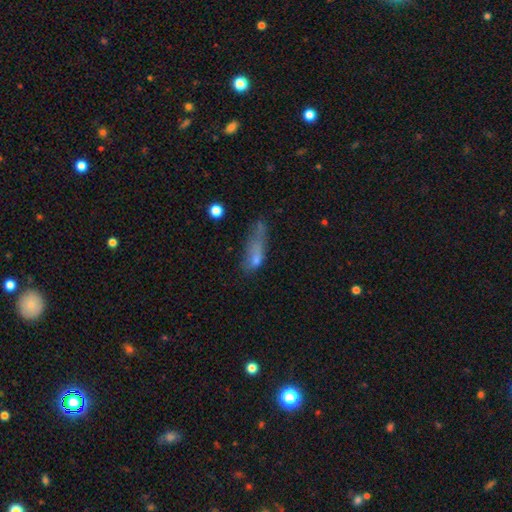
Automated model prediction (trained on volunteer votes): This is possibly a smooth galaxy (60%). How rounded: possibly in between (49%). Merging: marginally major disturbance (36%).